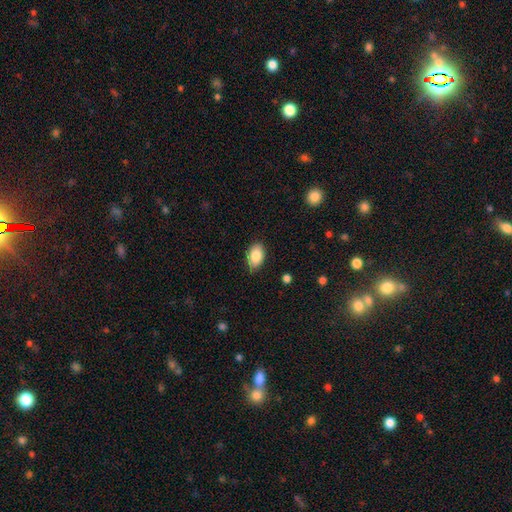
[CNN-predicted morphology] smooth-or-featured: smooth: 85% | featured or disk: 8% | star or artifact: 7%
  how-rounded: in between: 90% | round: 9% | cigar-shaped: 1%
  merging: none: 82% | minor disturbance: 15% | major disturbance: 2% | merger: 1%